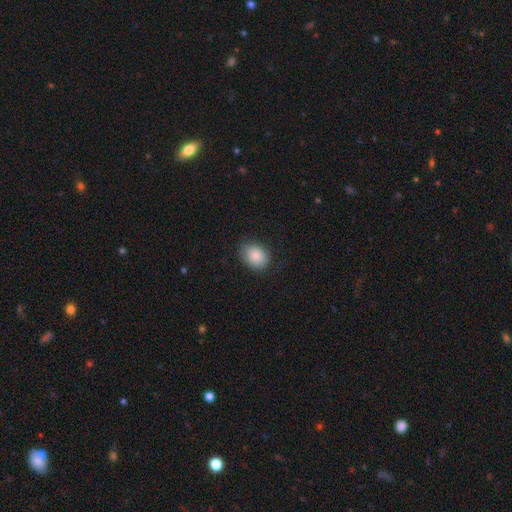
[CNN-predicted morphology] A smooth galaxy with no disk features (86%) that is in between round and cigar-shaped (58%). Merging: none (77%).